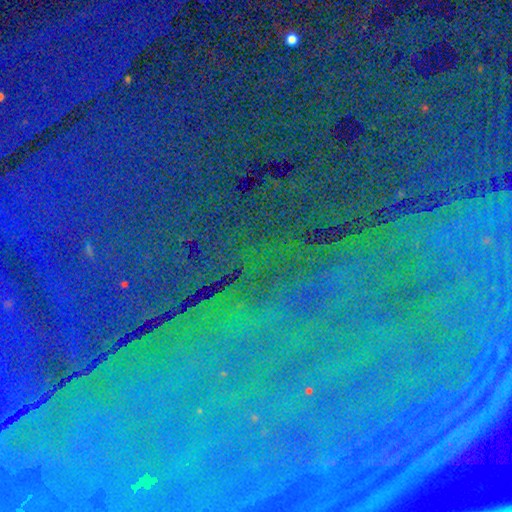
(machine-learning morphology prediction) This is clearly a star or artifact rather than a galaxy (85%).